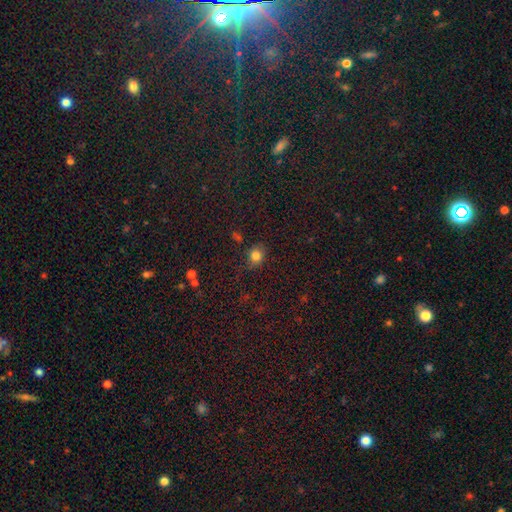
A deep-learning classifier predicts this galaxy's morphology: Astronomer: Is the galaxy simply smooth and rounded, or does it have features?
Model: smooth — 79%.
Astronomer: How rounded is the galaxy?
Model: round — 67%.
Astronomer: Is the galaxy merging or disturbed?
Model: none — 73%.